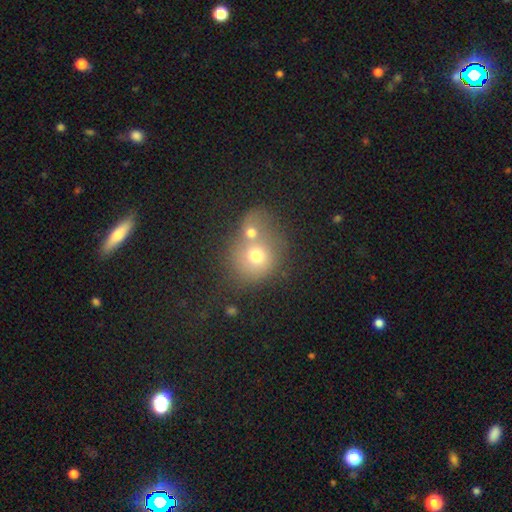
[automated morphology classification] smooth 67%, featured or disk 20%, star or artifact 13%. Down the decision tree: how rounded — round (77%); merging — merger (60%).